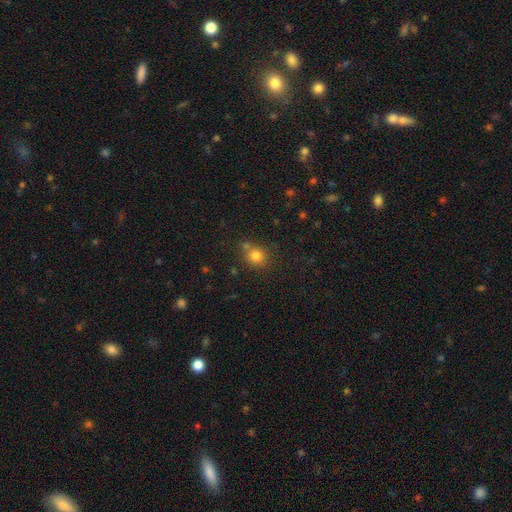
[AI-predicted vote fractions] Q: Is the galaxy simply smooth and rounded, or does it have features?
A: smooth — 80%.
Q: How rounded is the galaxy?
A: round — 84%.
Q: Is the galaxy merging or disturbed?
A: none — 64%.